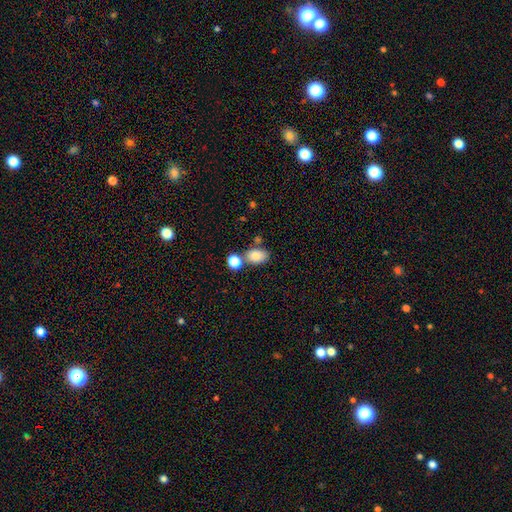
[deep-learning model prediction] smooth_or_featured: smooth (p=0.84) [alt: star or artifact p=0.09]
how_rounded: in between (p=0.81) [alt: round p=0.18]
merging: none (p=0.57) [alt: merger p=0.26]